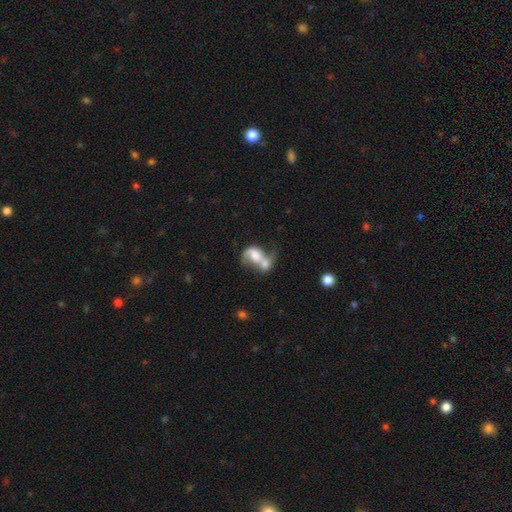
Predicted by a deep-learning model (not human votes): featured or disk 50%, smooth 41%, star or artifact 9%. Down the decision tree: merging — merger (72%).